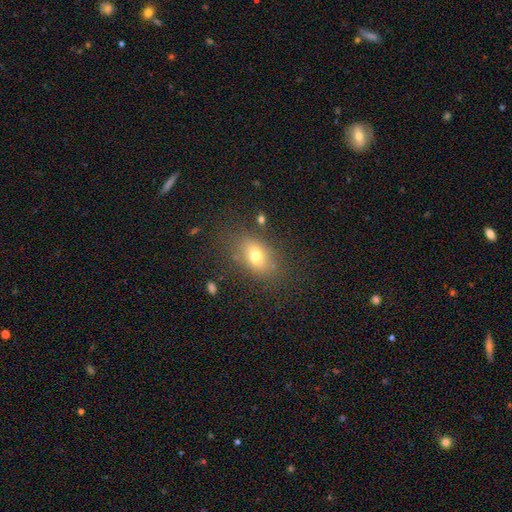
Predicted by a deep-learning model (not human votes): Morphology: type=smooth (71%); roundness=in between (78%); merging=none (76%).